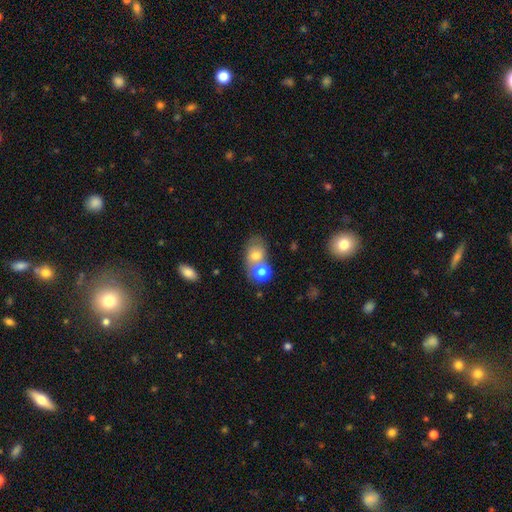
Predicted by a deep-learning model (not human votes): This is likely a smooth galaxy (69%). How rounded: likely in between (65%). Merging: marginally merger (44%).